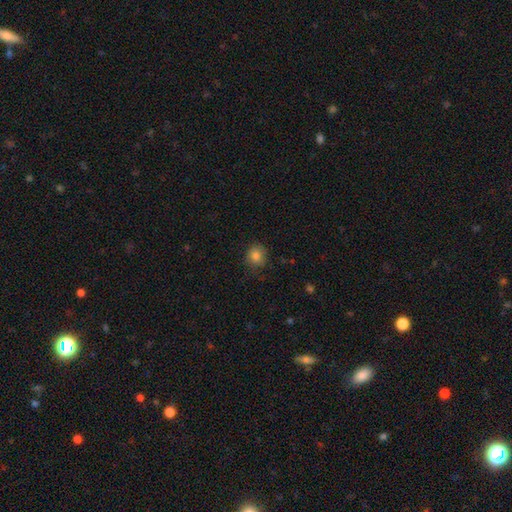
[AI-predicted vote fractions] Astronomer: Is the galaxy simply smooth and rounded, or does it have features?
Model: smooth — 83%.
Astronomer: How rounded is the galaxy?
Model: round — 82%.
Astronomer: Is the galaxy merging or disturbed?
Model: none — 81%.